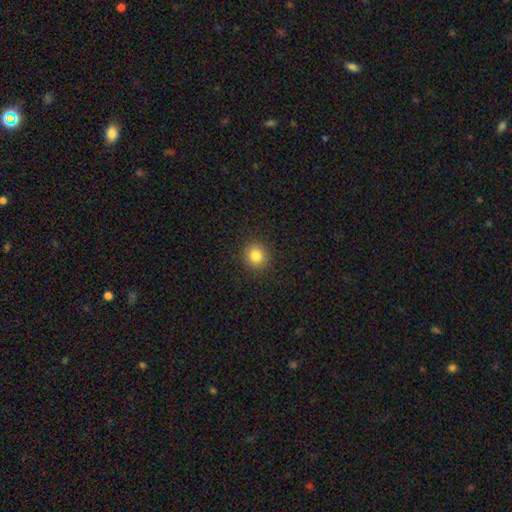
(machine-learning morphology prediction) A smooth galaxy with no disk features (83%) that is round (86%). Merging: none (90%).